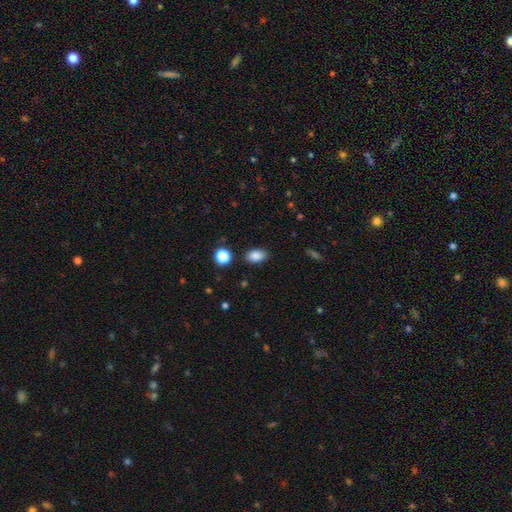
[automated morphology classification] This is clearly a smooth galaxy (86%). How rounded: clearly in between (87%). Merging: clearly none (85%).